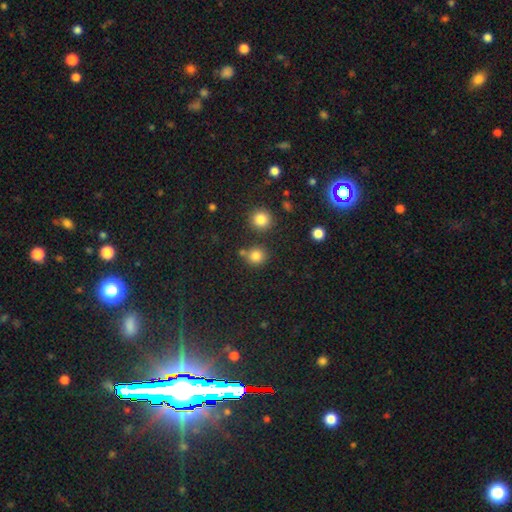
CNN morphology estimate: Smooth or featured?
  - smooth: 80% *
  - star or artifact: 14%
  - featured or disk: 6%
How rounded?
  - round: 87% *
  - in between: 12%
  - cigar-shaped: 1%
Merging?
  - none: 73% *
  - merger: 13%
  - minor disturbance: 10%
  - major disturbance: 4%